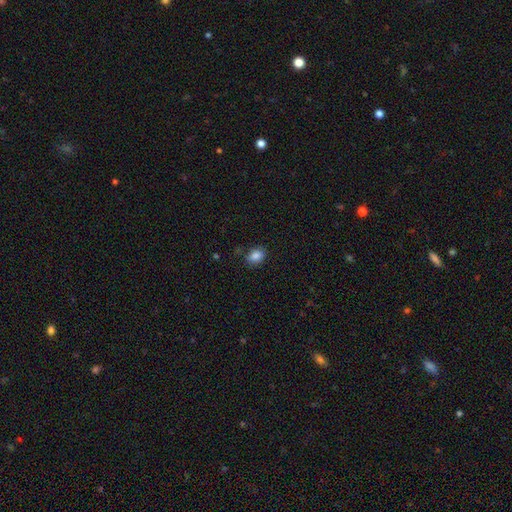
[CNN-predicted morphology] smooth-or-featured: smooth: 86% | star or artifact: 9% | featured or disk: 5%
  how-rounded: in between: 72% | round: 27% | cigar-shaped: 1%
  merging: none: 82% | minor disturbance: 13% | major disturbance: 3% | merger: 2%